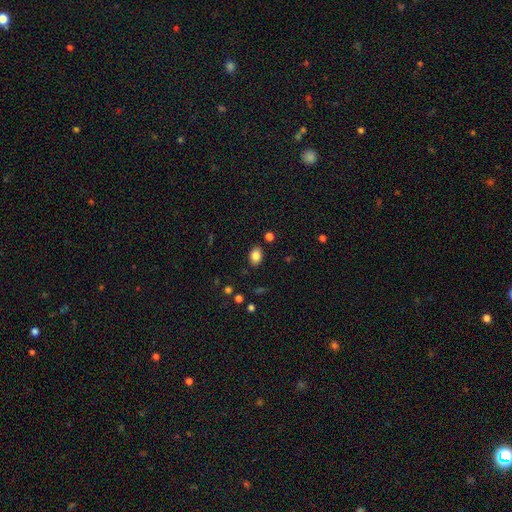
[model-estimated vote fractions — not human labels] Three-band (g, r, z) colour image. It shows a smooth galaxy with no disk features (84%) that is in between round and cigar-shaped (75%). Merging: none (86%).